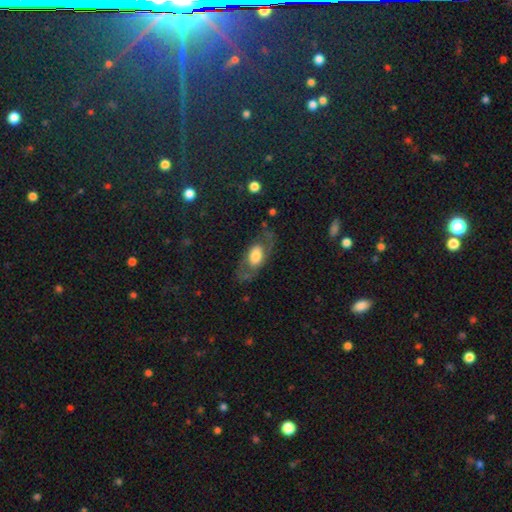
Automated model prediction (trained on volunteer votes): This appears to be a featured or disk galaxy (48%). Merging: none (66%).